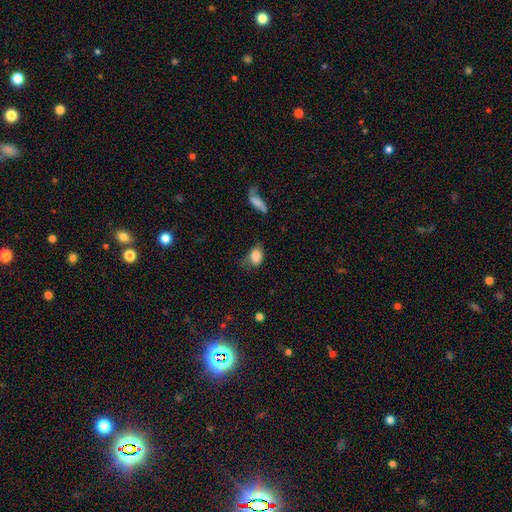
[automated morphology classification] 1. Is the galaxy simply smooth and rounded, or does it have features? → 80% smooth, 11% featured or disk, 8% star or artifact.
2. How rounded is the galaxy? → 79% in between, 19% round, 2% cigar-shaped.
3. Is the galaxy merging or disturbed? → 36% minor disturbance, 33% none, 26% major disturbance, 5% merger.